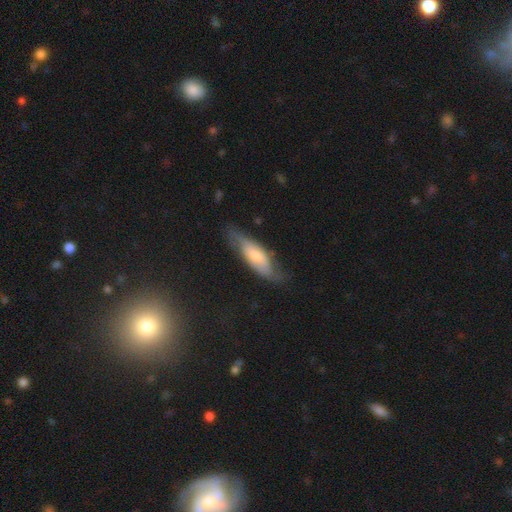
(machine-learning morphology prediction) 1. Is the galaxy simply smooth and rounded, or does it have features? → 48% smooth, 45% featured or disk, 7% star or artifact.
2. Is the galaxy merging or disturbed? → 60% none, 28% minor disturbance, 10% major disturbance, 2% merger.